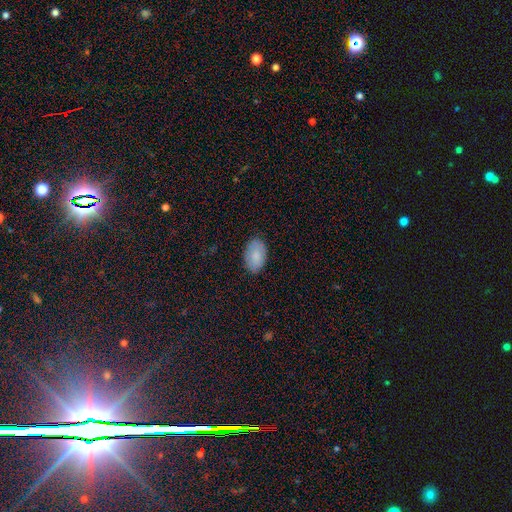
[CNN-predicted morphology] A smooth galaxy with no disk features (84%) that is in between round and cigar-shaped (92%). Merging: none (85%).